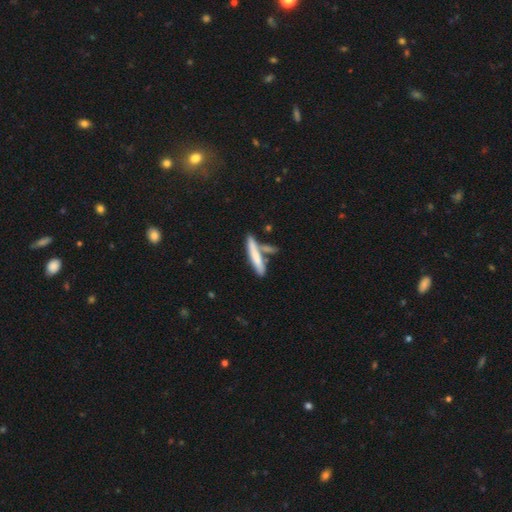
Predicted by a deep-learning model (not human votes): Q: Smooth or featured?
A: smooth (70%); runner-up: featured or disk (24%)
Q: How rounded?
A: cigar-shaped (88%); runner-up: in between (10%)
Q: Merging?
A: none (58%); runner-up: merger (23%)